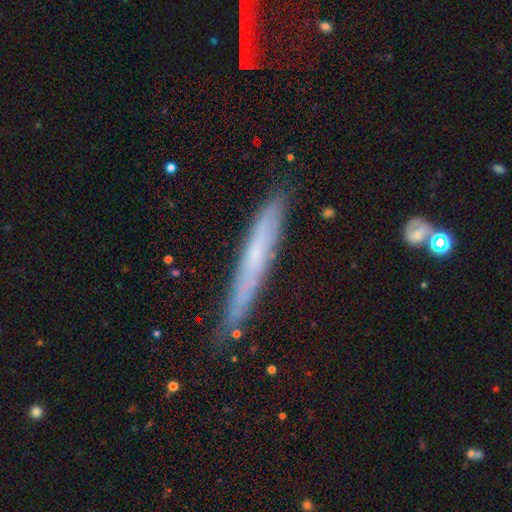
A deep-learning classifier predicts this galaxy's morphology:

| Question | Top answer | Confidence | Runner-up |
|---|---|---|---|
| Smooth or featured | featured or disk | 51% | smooth (40%) |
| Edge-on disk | yes | 86% | no (14%) |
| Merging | none | 83% | minor disturbance (13%) |